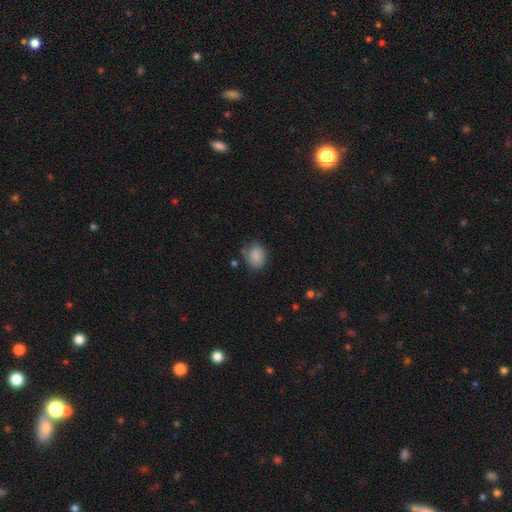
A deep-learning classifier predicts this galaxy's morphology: The model was most divided on "how rounded": in between: 55%, round: 44%, cigar-shaped: 1%. More confident: smooth or featured — smooth (86%); merging — none (68%).